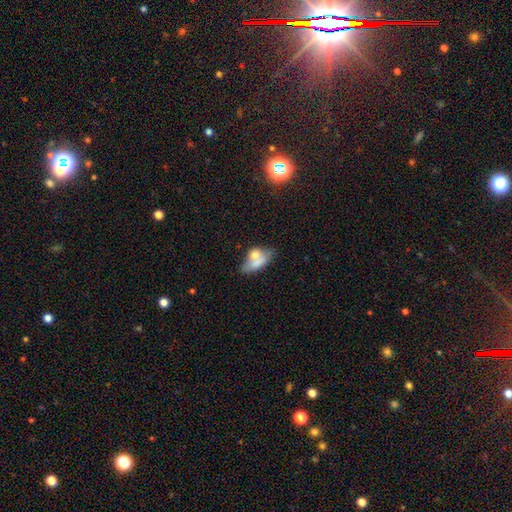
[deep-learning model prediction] Smooth or featured: smooth — 64% (featured or disk — 26%)
How rounded: in between — 79% (round — 14%)
Merging: merger — 39% (none — 31%)